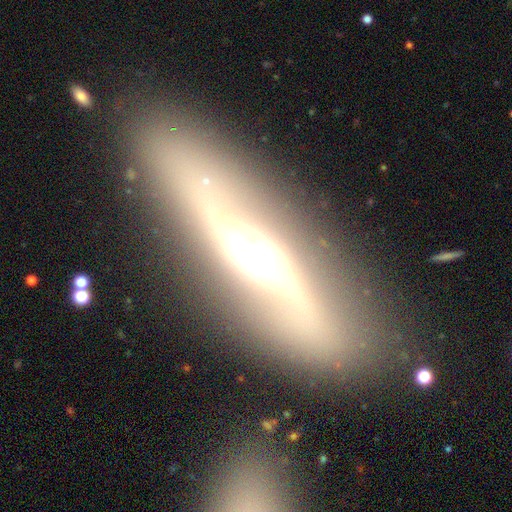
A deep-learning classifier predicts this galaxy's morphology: featured or disk 77%, smooth 16%, star or artifact 7%. Down the decision tree: edge-on disk — no (62%); merging — none (76%).